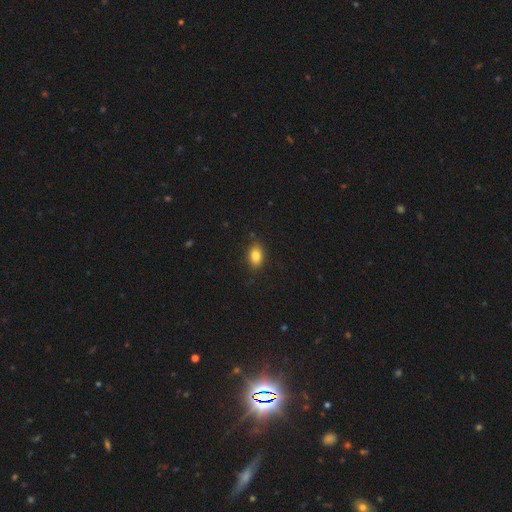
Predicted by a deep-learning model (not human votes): This appears to be a smooth galaxy with no disk features (83%) that is in between round and cigar-shaped (85%). Merging: none (84%).